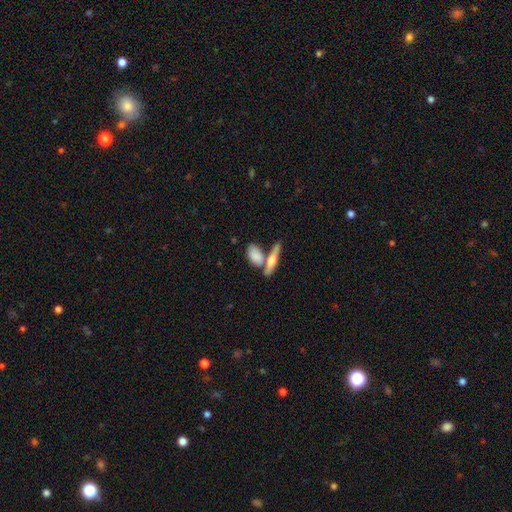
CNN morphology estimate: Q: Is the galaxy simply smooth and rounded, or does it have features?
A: smooth — 75%.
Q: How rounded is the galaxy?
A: in between — 78%.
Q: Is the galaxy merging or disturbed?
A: none — 45%.